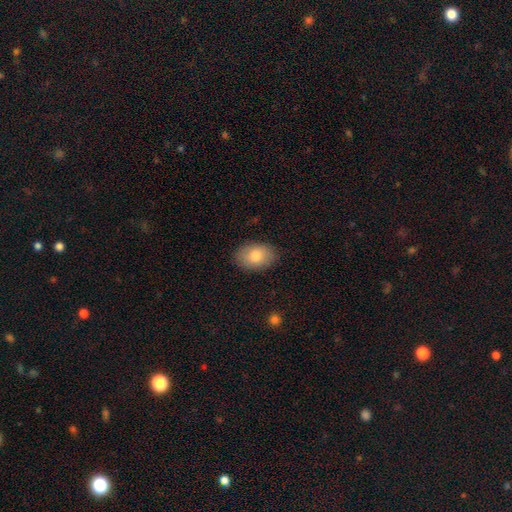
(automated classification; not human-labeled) This appears to be a smooth galaxy with no disk features (80%) that is in between round and cigar-shaped (84%). Merging: none (86%).